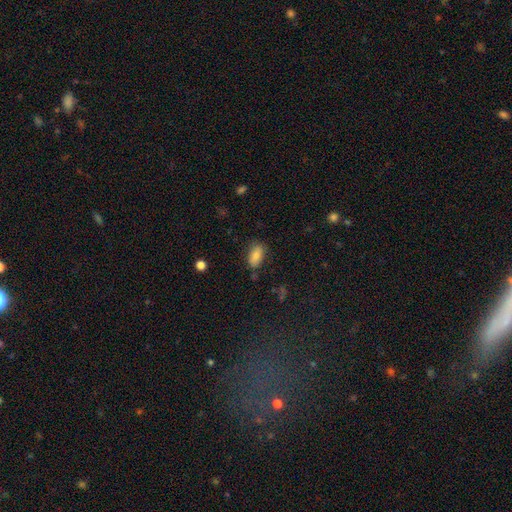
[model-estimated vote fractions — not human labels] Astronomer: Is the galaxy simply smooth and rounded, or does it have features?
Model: smooth — 82%.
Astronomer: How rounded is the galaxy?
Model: in between — 91%.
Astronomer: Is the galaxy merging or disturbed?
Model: none — 78%.